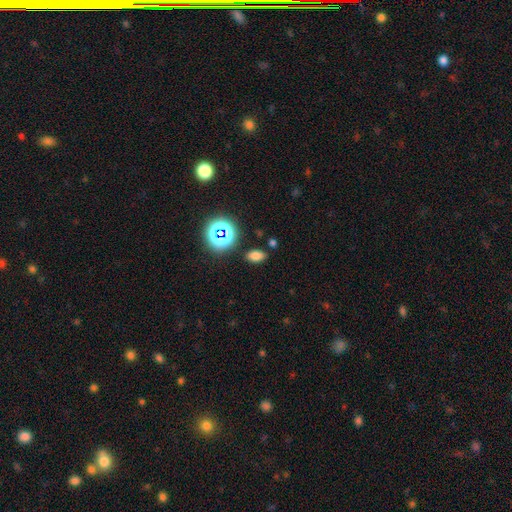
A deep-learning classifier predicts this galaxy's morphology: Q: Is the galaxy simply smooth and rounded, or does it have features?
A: smooth — 72%.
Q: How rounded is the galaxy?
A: in between — 85%.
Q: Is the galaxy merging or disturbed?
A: none — 84%.